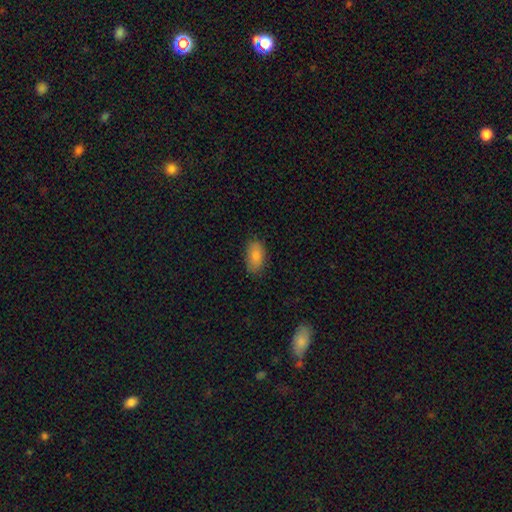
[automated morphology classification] type=smooth (84%); roundness=in between (93%); merging=none (83%).